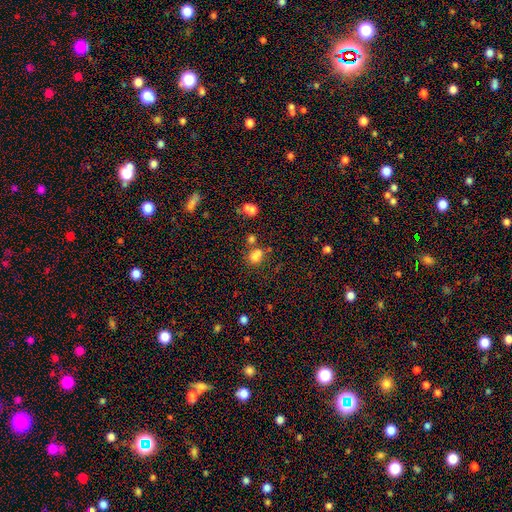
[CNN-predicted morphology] Q: Smooth or featured?
A: smooth (74%); runner-up: star or artifact (18%)
Q: How rounded?
A: in between (55%); runner-up: round (44%)
Q: Merging?
A: none (49%); runner-up: merger (28%)